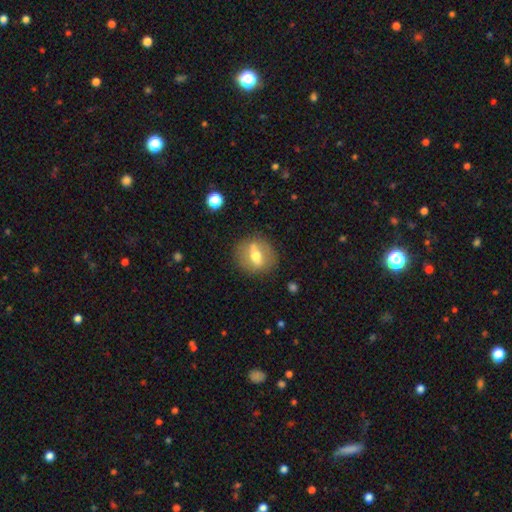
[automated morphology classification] A featured or disk galaxy (48%). Merging: none (79%).